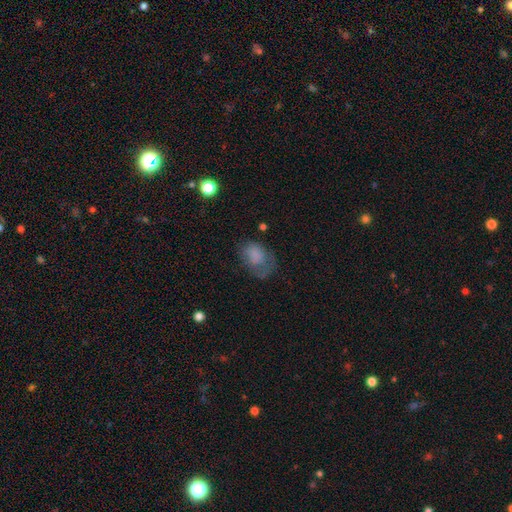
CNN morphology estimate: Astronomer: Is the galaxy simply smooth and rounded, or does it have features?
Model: smooth — 72%.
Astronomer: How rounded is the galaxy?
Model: in between — 76%.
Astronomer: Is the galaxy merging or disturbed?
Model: none — 41% (runner-up: minor disturbance, 28%).